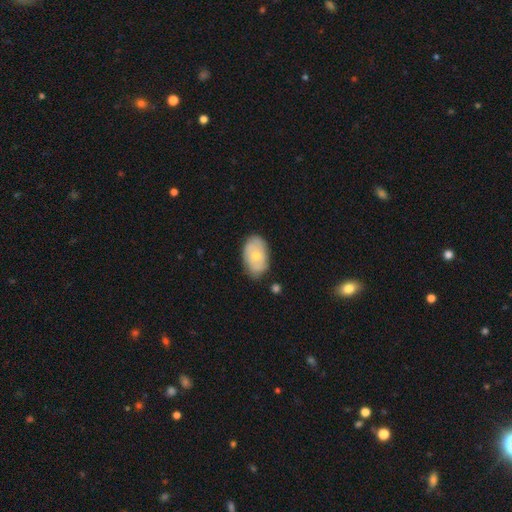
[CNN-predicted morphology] Q: Smooth or featured?
A: smooth (51%); runner-up: featured or disk (43%)
Q: How rounded?
A: in between (90%); runner-up: round (9%)
Q: Merging?
A: none (74%); runner-up: minor disturbance (20%)